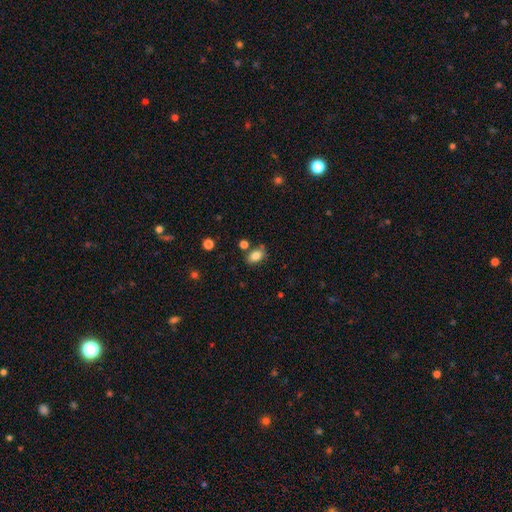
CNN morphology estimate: smooth-or-featured: smooth: 82% | star or artifact: 9% | featured or disk: 9%
  how-rounded: in between: 86% | round: 12% | cigar-shaped: 2%
  merging: none: 74% | minor disturbance: 15% | merger: 8% | major disturbance: 4%